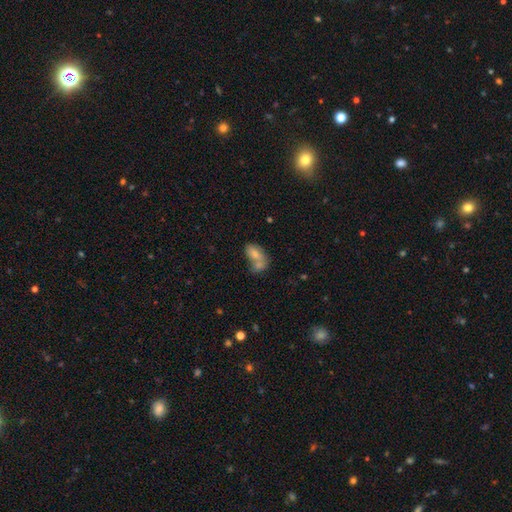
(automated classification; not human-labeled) Smooth or featured? smooth (74%)
How rounded? in between (87%)
Merging? merger (59%)